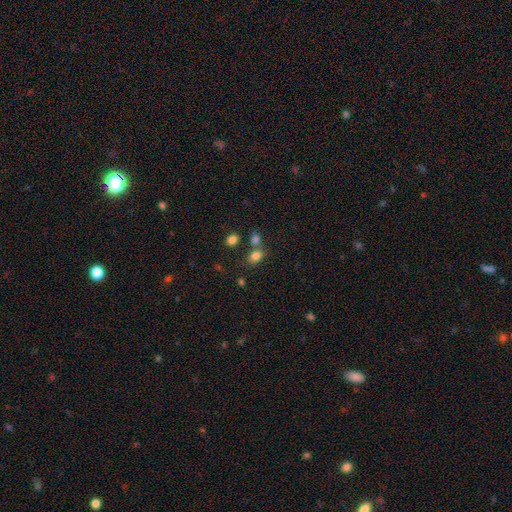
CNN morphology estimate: smooth_or_featured: smooth (p=0.81) [alt: star or artifact p=0.12]
how_rounded: in between (p=0.68) [alt: round p=0.31]
merging: none (p=0.58) [alt: merger p=0.26]